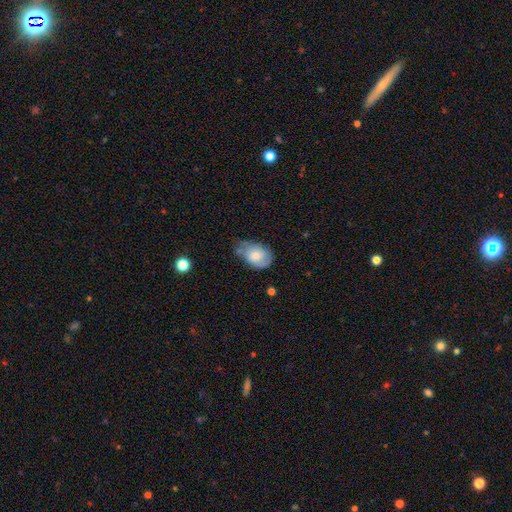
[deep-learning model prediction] The model was most divided on "merging": none: 45%, minor disturbance: 40%, major disturbance: 11%, merger: 4%. More confident: how rounded — in between (82%); smooth or featured — smooth (63%).